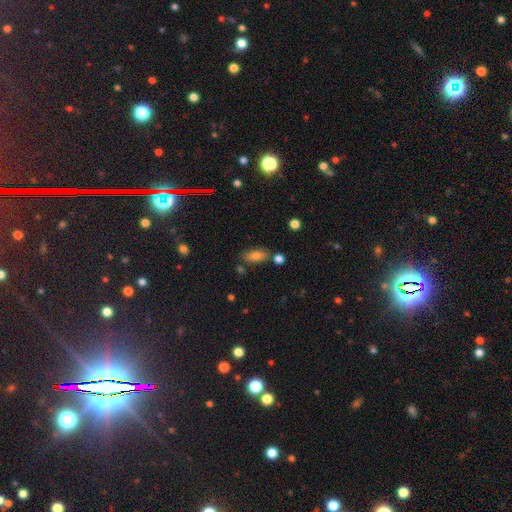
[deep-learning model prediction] This appears to be a smooth galaxy with no disk features (75%) that is in between round and cigar-shaped (79%). Merging: none (75%).